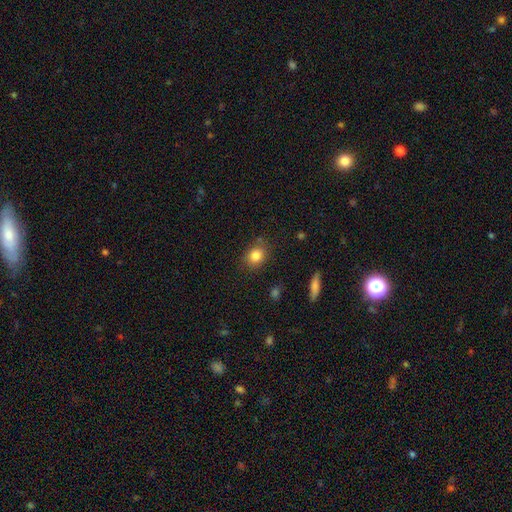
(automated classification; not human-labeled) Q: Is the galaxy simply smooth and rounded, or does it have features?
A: smooth — 83%.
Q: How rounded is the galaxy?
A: round — 59%.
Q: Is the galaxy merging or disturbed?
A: none — 81%.